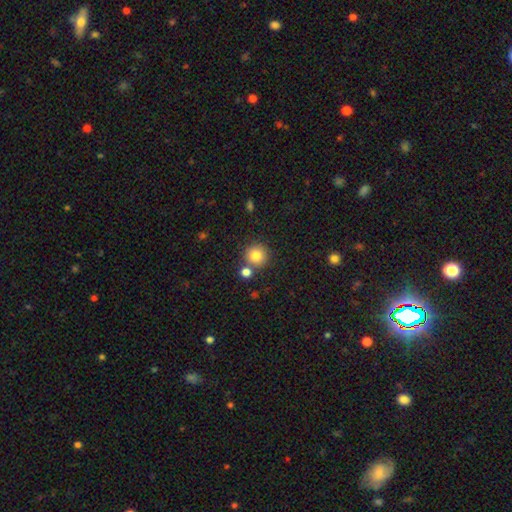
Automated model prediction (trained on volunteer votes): smooth-or-featured: smooth: 82% | star or artifact: 10% | featured or disk: 7%
  how-rounded: round: 93% | in between: 6% | cigar-shaped: 1%
  merging: none: 73% | merger: 16% | minor disturbance: 8% | major disturbance: 3%